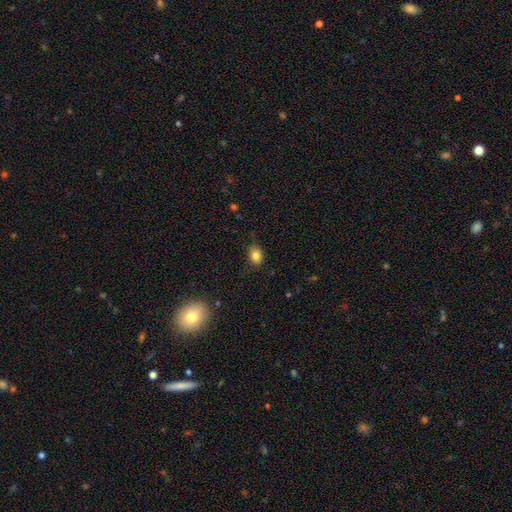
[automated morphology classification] smooth-or-featured: smooth: 83% | star or artifact: 10% | featured or disk: 7%
  how-rounded: in between: 68% | round: 31% | cigar-shaped: 1%
  merging: none: 77% | minor disturbance: 19% | major disturbance: 3% | merger: 1%